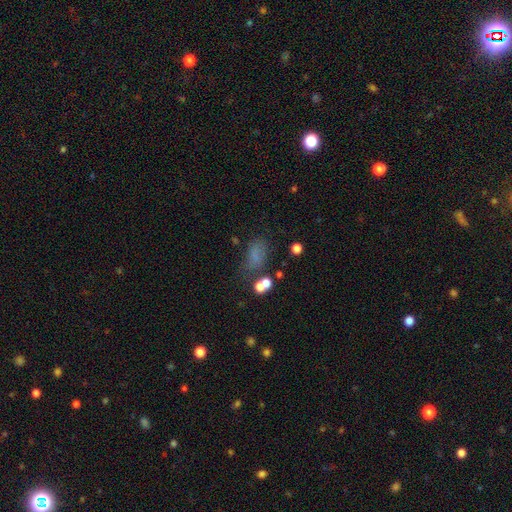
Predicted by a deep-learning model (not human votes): This is likely a smooth galaxy (63%). How rounded: likely in between (79%). Merging: possibly none (49%).